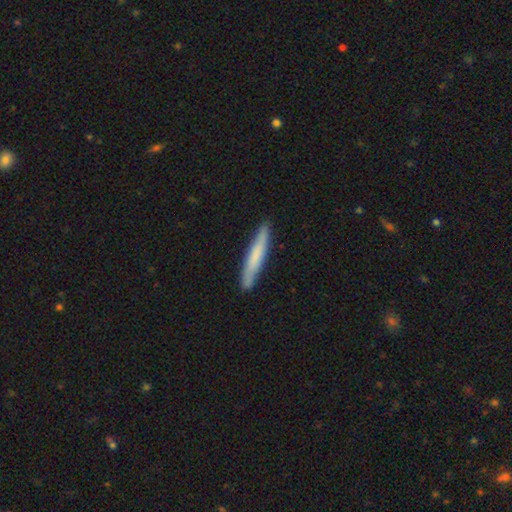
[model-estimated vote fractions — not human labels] Q: Smooth or featured?
A: smooth (67%); runner-up: featured or disk (27%)
Q: How rounded?
A: cigar-shaped (95%); runner-up: in between (4%)
Q: Merging?
A: none (87%); runner-up: minor disturbance (10%)